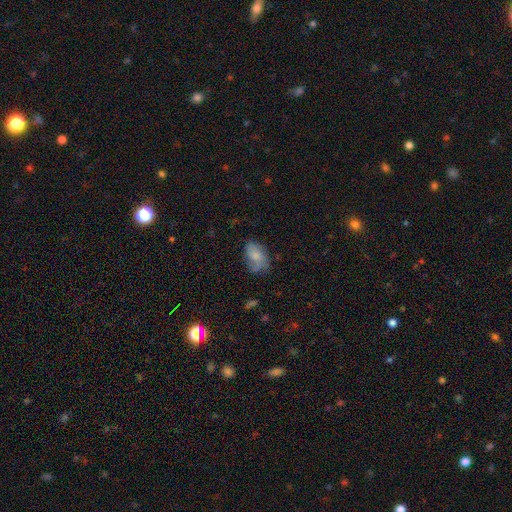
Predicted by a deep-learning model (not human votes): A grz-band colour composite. It shows a smooth galaxy with no disk features (69%) that is in between round and cigar-shaped (88%). Merging: none (54%).